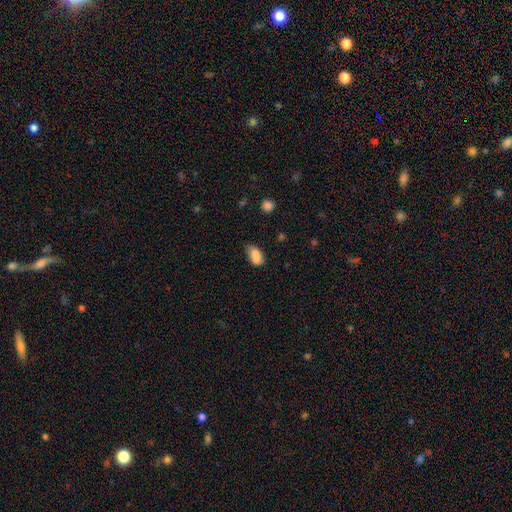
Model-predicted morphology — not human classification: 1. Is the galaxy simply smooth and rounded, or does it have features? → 86% smooth, 8% star or artifact, 7% featured or disk.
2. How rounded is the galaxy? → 92% in between, 5% round, 3% cigar-shaped.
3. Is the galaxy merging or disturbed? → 65% none, 28% minor disturbance, 5% major disturbance, 2% merger.